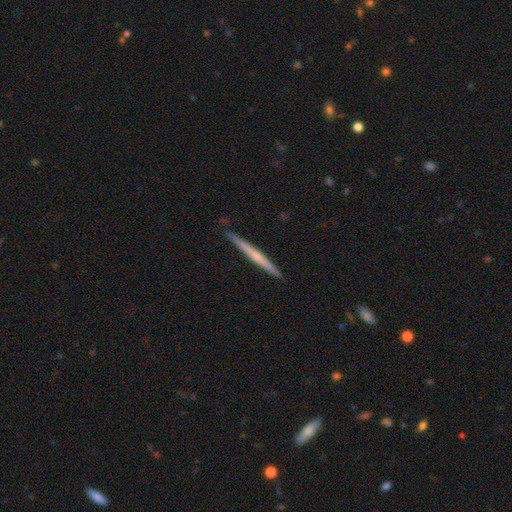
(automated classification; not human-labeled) Overall: featured or disk (56%; smooth 39%). Edge-on disk: yes (98%). Edge-on bulge: none (69%). Merging: none (90%).